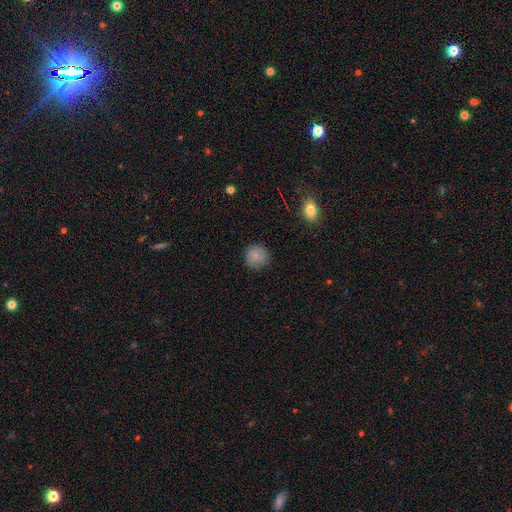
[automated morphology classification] Smooth or featured?
  - smooth: 81% *
  - featured or disk: 10%
  - star or artifact: 9%
How rounded?
  - round: 92% *
  - in between: 7%
  - cigar-shaped: 1%
Merging?
  - none: 82% *
  - minor disturbance: 14%
  - major disturbance: 3%
  - merger: 1%